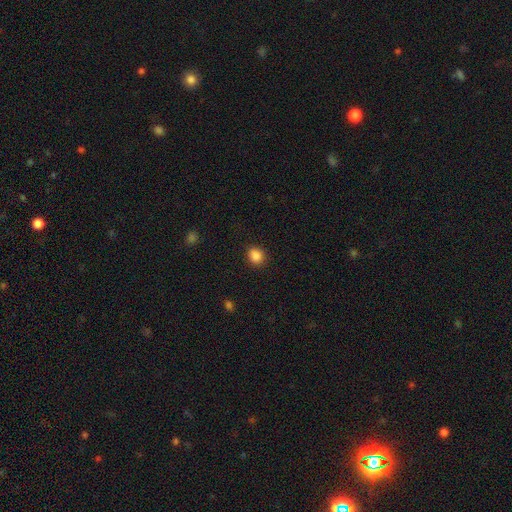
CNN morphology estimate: smooth 87%, star or artifact 10%, featured or disk 3%. Down the decision tree: how rounded — round (69%); merging — none (88%).